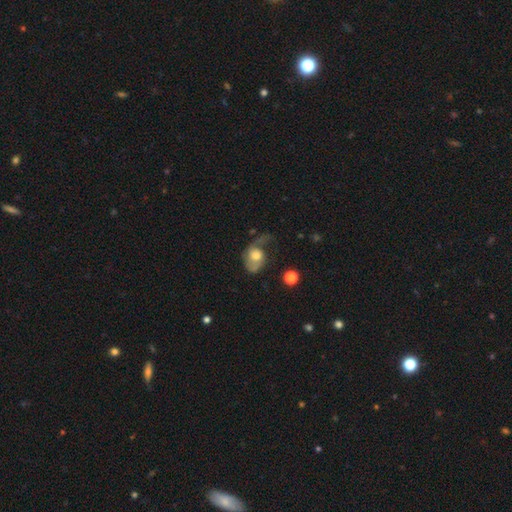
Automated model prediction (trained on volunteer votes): featured or disk 53%, smooth 40%, star or artifact 8%. Down the decision tree: edge-on disk — no (96%); bar — no (74%); spiral arms — yes (76%); bulge size — moderate (58%); merging — major disturbance (48%).